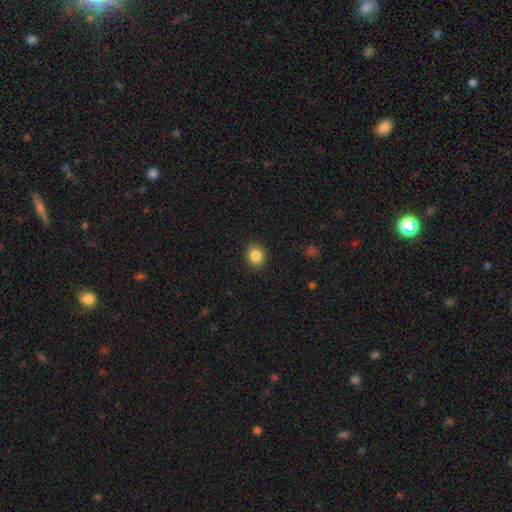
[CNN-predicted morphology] smooth-or-featured: smooth: 85% | star or artifact: 10% | featured or disk: 5%
  how-rounded: round: 69% | in between: 30% | cigar-shaped: 1%
  merging: none: 89% | minor disturbance: 8% | major disturbance: 2% | merger: 1%